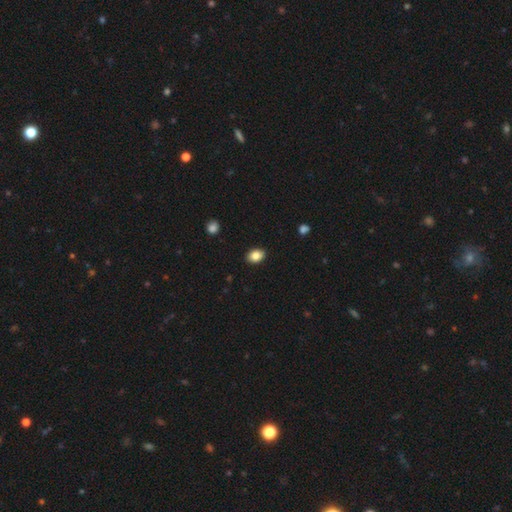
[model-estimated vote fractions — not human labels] A smooth galaxy with no disk features (85%) that is in between round and cigar-shaped (79%). Merging: none (89%).